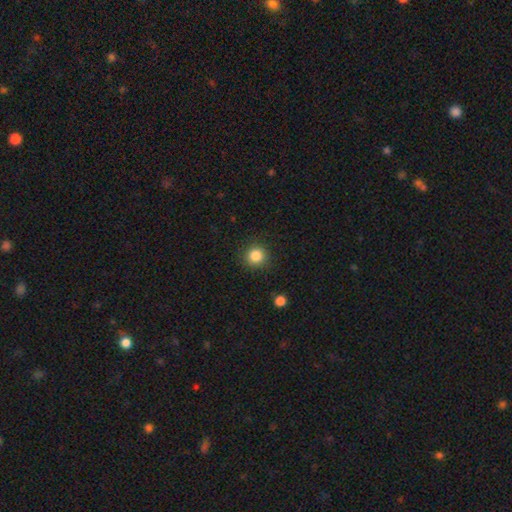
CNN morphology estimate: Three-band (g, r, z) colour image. It shows a smooth galaxy with no disk features (85%) that is round (93%). Merging: none (90%).